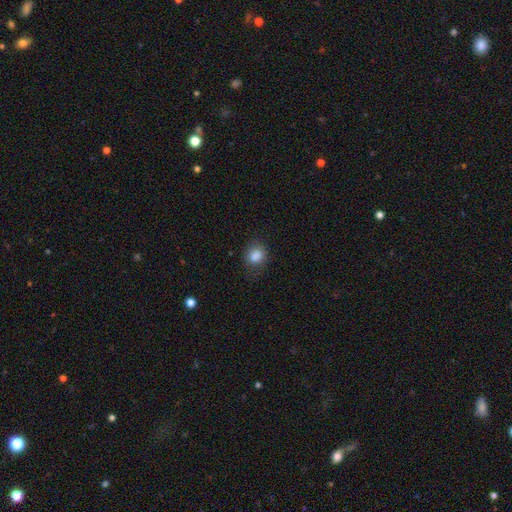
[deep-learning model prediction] Overall: smooth (84%). How rounded: round (63%; in between 36%). Merging: none (69%).